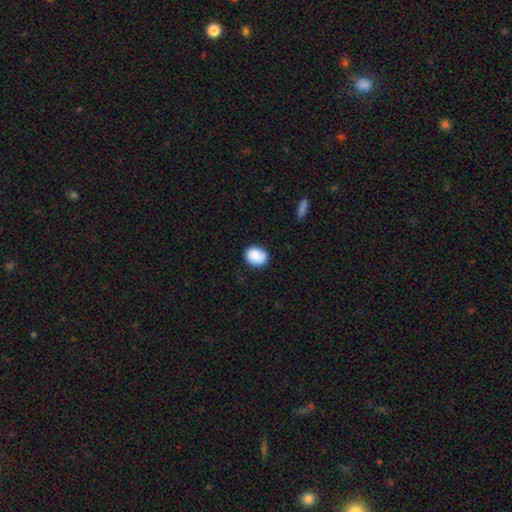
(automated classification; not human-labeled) This is clearly a smooth galaxy (86%). How rounded: possibly in between (56%). Merging: likely none (75%).